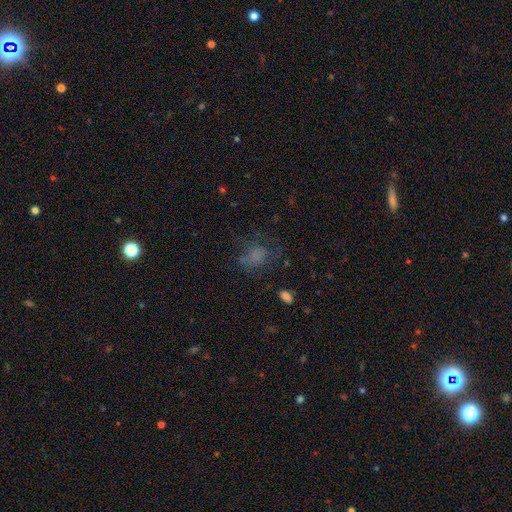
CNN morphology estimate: The model was most divided on "how rounded": round: 52%, in between: 47%, cigar-shaped: 2%. Remaining: smooth or featured — smooth (60%); merging — none (50%).